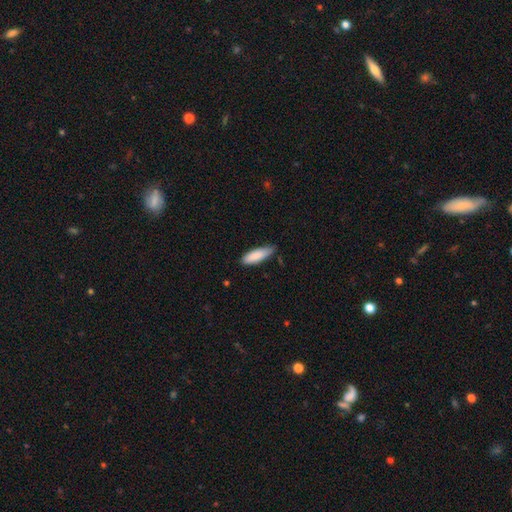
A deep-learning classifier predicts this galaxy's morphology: type=smooth (87%); roundness=in between (50%); merging=none (73%).